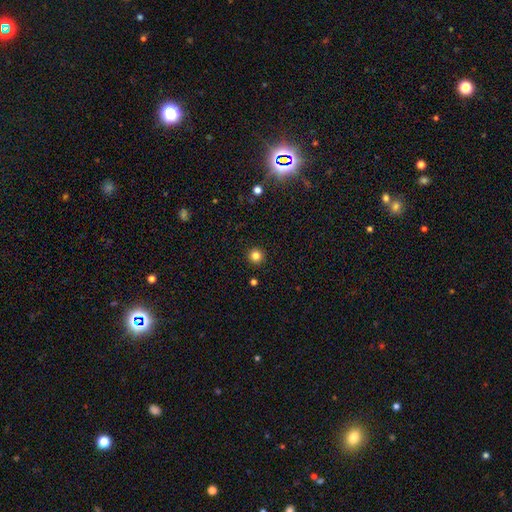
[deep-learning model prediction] This is clearly a smooth galaxy (82%). How rounded: clearly round (96%). Merging: clearly none (93%).